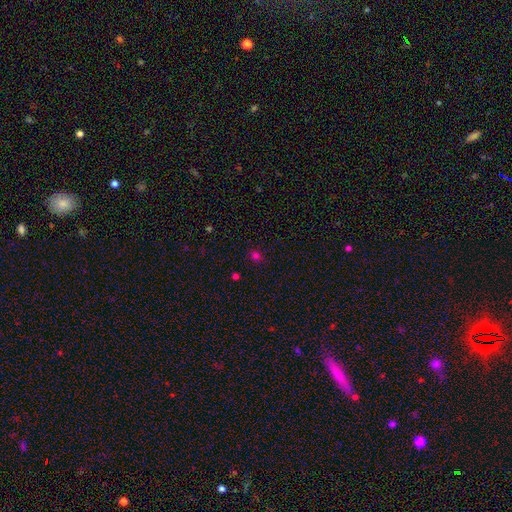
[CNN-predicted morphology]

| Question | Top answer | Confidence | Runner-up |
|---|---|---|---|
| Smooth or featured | smooth | 71% | star or artifact (25%) |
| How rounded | round | 72% | in between (26%) |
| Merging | none | 86% | minor disturbance (10%) |